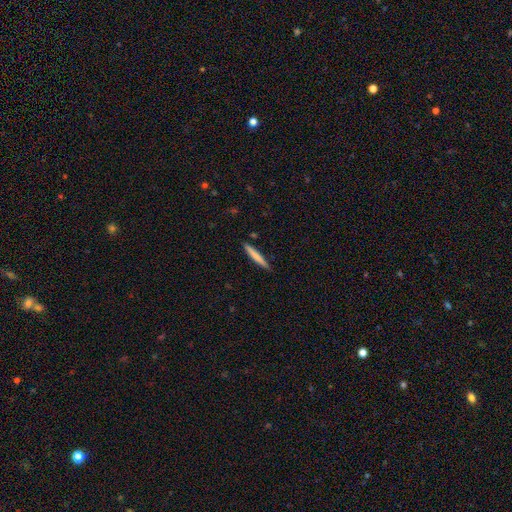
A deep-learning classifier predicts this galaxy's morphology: This appears to be a smooth galaxy with no disk features (73%) that is cigar-shaped (95%). Merging: none (89%).